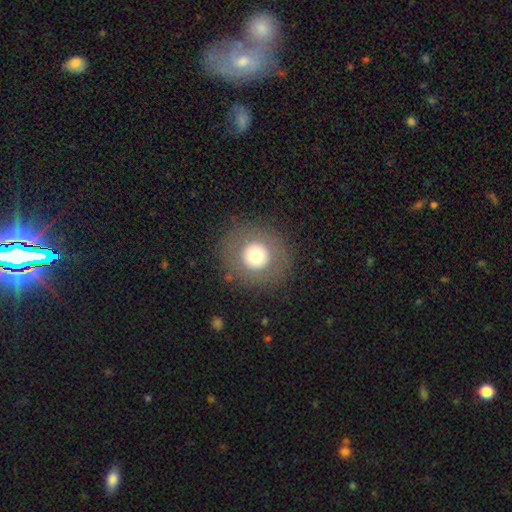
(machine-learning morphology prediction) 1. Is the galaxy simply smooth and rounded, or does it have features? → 66% smooth, 21% featured or disk, 12% star or artifact.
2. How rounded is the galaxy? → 94% round, 5% in between, 1% cigar-shaped.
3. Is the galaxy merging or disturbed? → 86% none, 7% minor disturbance, 6% major disturbance, 1% merger.